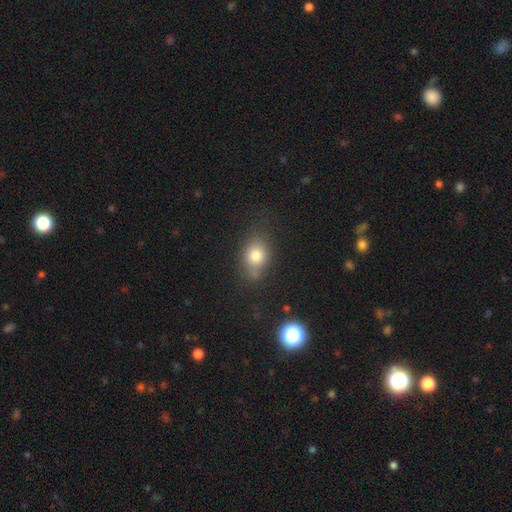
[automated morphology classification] smooth-or-featured: smooth: 77% | star or artifact: 11% | featured or disk: 11%
  how-rounded: in between: 63% | round: 35% | cigar-shaped: 2%
  merging: none: 63% | minor disturbance: 24% | major disturbance: 8% | merger: 5%